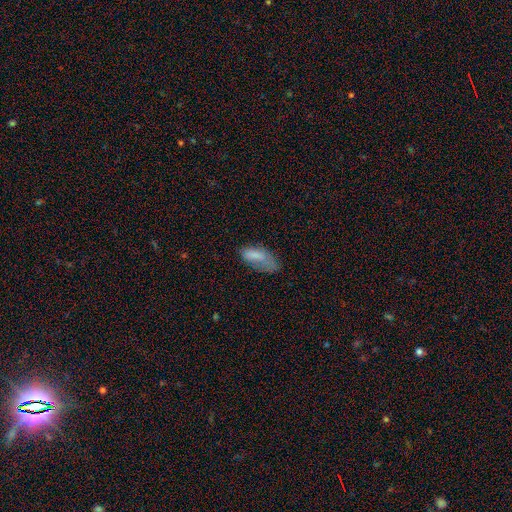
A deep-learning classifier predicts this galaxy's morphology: The model was most divided on "merging": none: 35%, minor disturbance: 34%, major disturbance: 28%, merger: 3%. More confident: how rounded — in between (84%); smooth or featured — smooth (74%).